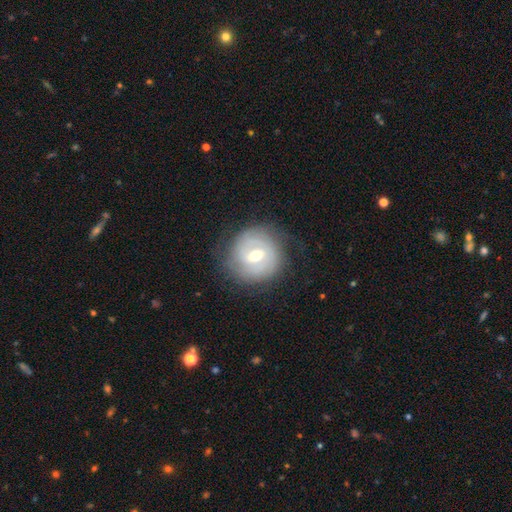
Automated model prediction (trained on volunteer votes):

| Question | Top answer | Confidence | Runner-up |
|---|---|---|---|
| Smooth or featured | featured or disk | 66% | smooth (27%) |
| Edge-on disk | no | 96% | yes (4%) |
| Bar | weak | 52% | no (29%) |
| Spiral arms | yes | 75% | no (25%) |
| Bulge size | moderate | 72% | small (21%) |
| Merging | none | 77% | minor disturbance (15%) |